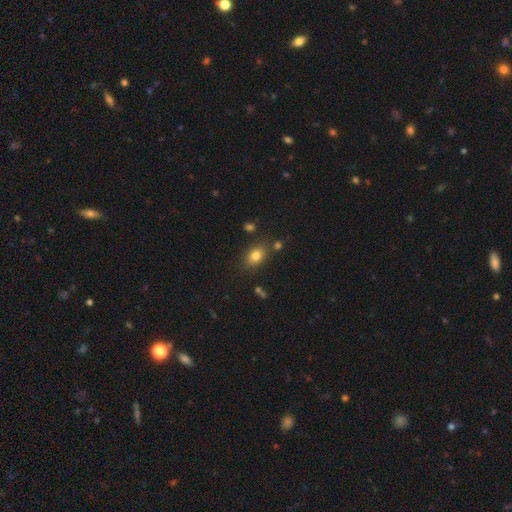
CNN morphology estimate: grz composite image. It shows a smooth galaxy with no disk features (81%) that is in between round and cigar-shaped (75%). Merging: none (79%).